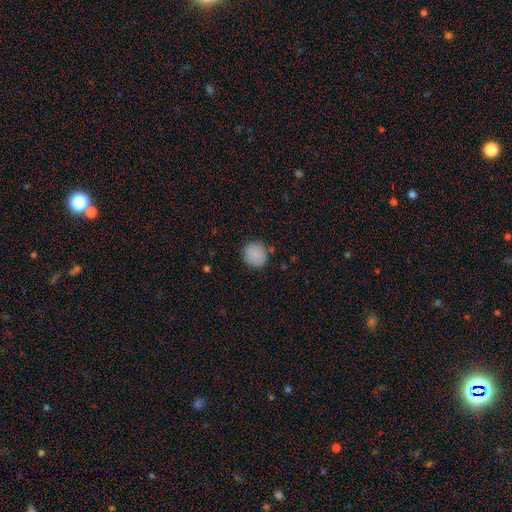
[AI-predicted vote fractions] Smooth or featured? smooth (86%)
How rounded? round (88%)
Merging? none (83%)